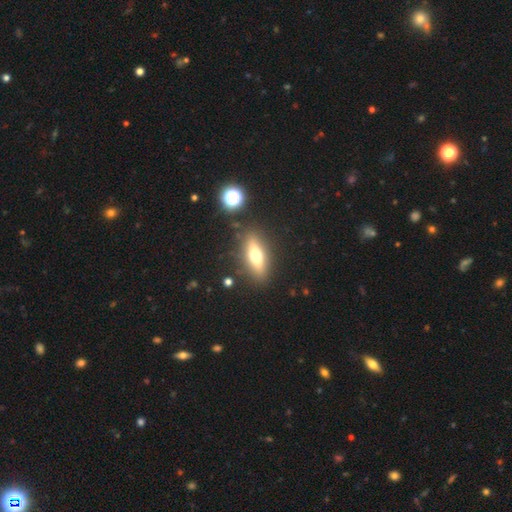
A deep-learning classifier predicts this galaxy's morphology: Q: Smooth or featured?
A: smooth (49%); runner-up: featured or disk (42%)
Q: Merging?
A: none (85%); runner-up: minor disturbance (9%)